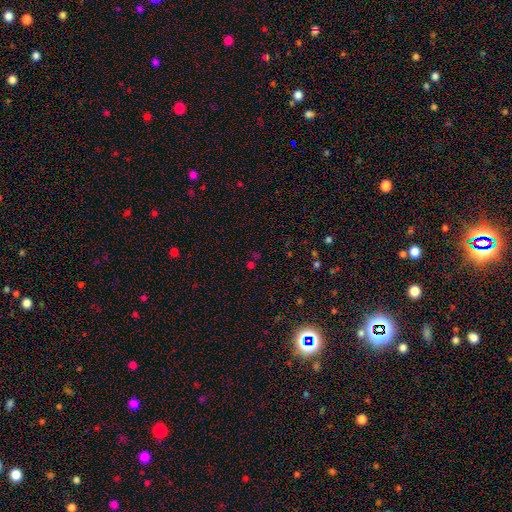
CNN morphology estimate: This appears to be a star or artifact, not a galaxy (57%).